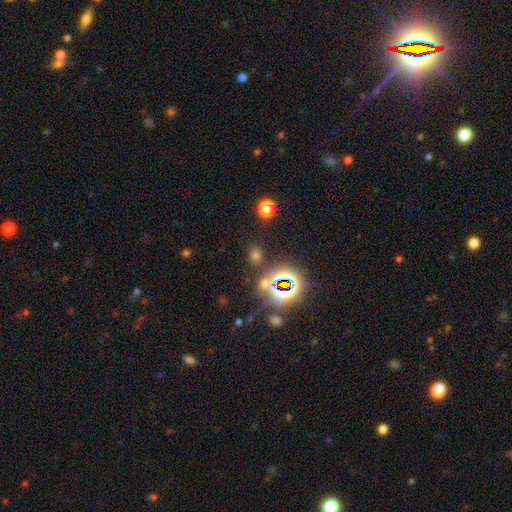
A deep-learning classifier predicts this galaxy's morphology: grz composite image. It shows a smooth galaxy with no disk features (54%) that is round (70%). Merging: none (80%).